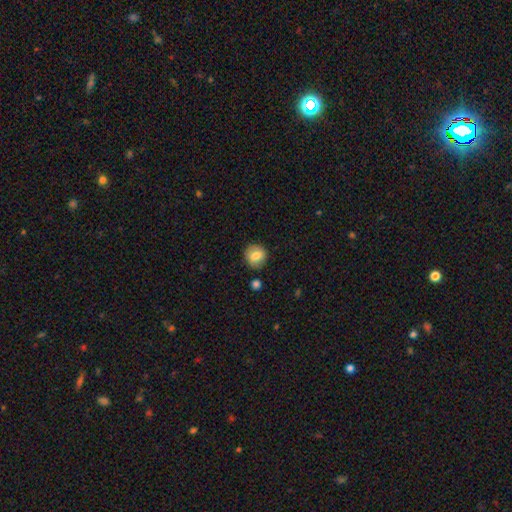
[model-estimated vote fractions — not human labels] Smooth or featured? Predicted: smooth (p=0.80). How rounded? Predicted: round (p=0.84). Merging? Predicted: none (p=0.84).